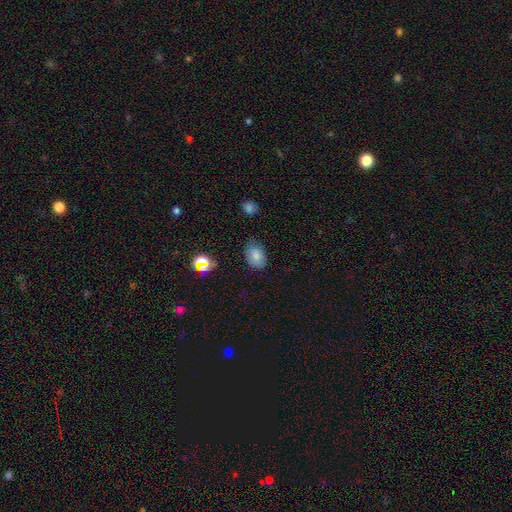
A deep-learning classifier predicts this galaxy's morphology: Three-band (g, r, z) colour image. It shows a smooth galaxy with no disk features (78%) that is in between round and cigar-shaped (77%). Merging: none (74%).